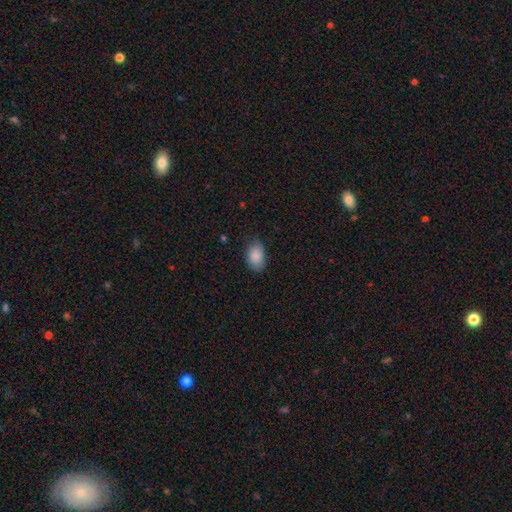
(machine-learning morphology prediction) The model was most divided on "merging": none: 82%, minor disturbance: 14%, major disturbance: 3%, merger: 1%. More confident: how rounded — in between (90%); smooth or featured — smooth (88%).